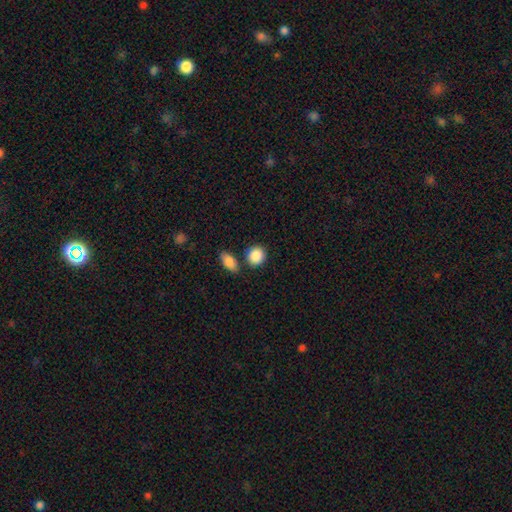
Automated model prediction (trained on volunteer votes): smooth-or-featured: smooth: 89% | star or artifact: 7% | featured or disk: 4%
  how-rounded: round: 75% | in between: 23% | cigar-shaped: 1%
  merging: none: 75% | minor disturbance: 11% | merger: 11% | major disturbance: 3%